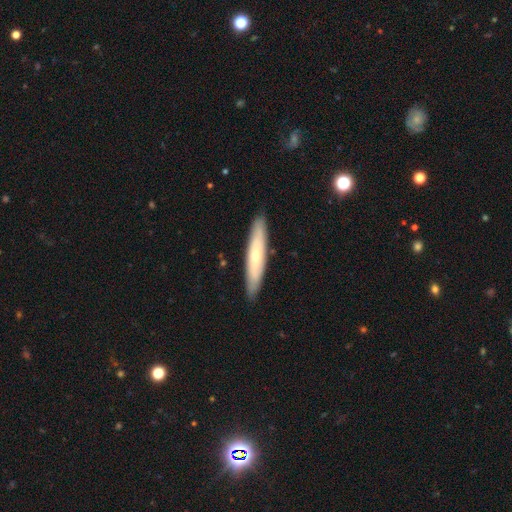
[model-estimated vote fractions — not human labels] This is possibly a smooth galaxy (51%). How rounded: clearly cigar-shaped (89%). Merging: clearly none (89%).